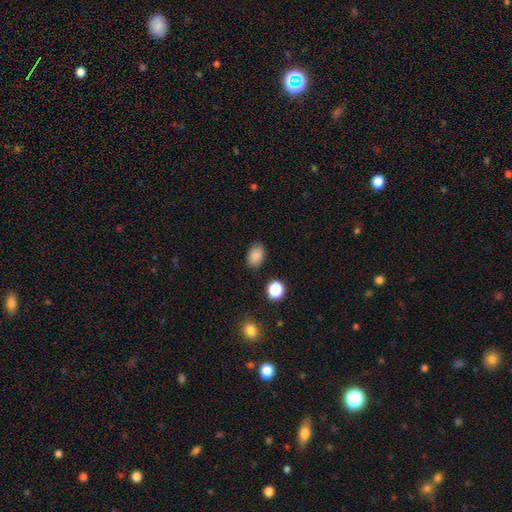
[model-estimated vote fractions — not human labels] smooth_or_featured: smooth (p=0.86) [alt: star or artifact p=0.10]
how_rounded: in between (p=0.82) [alt: round p=0.17]
merging: none (p=0.86) [alt: minor disturbance p=0.10]